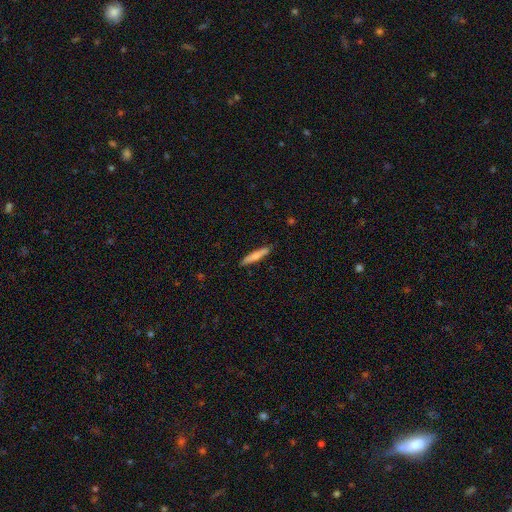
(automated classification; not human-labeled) Smooth or featured?
  - smooth: 71% *
  - featured or disk: 23%
  - star or artifact: 5%
How rounded?
  - cigar-shaped: 92% *
  - in between: 7%
  - round: 1%
Merging?
  - none: 88% *
  - minor disturbance: 9%
  - major disturbance: 2%
  - merger: 1%